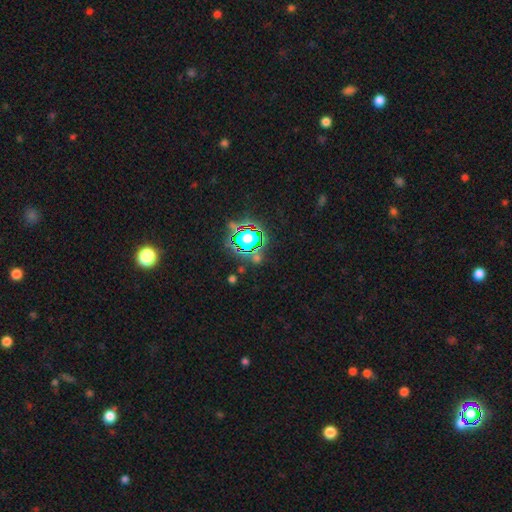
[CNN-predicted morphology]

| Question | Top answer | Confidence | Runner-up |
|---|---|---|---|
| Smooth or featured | star or artifact | 72% | smooth (19%) |